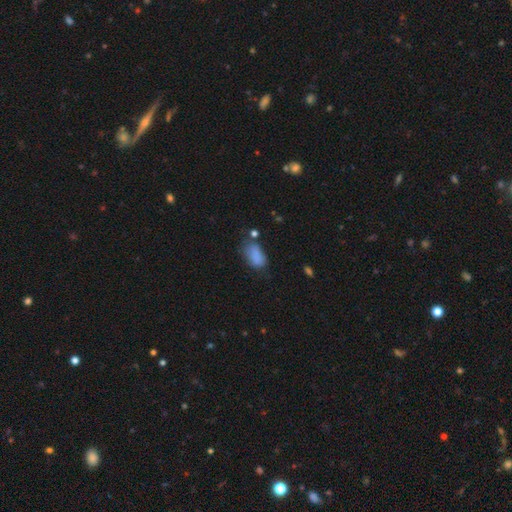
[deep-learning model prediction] This is clearly a smooth galaxy (82%). How rounded: clearly in between (91%). Merging: possibly none (49%).